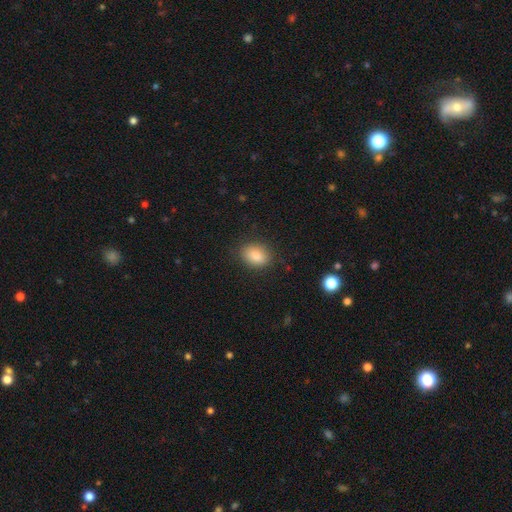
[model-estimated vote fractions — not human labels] This appears to be a smooth galaxy with no disk features (85%) that is in between round and cigar-shaped (75%). Merging: none (86%).